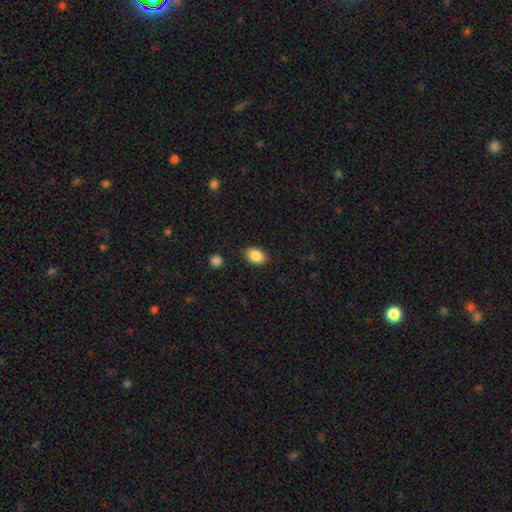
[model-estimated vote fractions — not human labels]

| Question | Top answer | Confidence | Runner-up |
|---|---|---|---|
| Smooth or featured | smooth | 88% | star or artifact (8%) |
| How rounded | in between | 85% | round (14%) |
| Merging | none | 85% | minor disturbance (10%) |